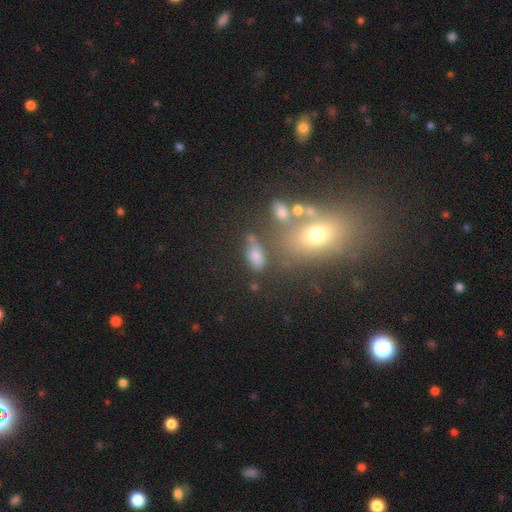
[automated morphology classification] Overall: smooth (64%). How rounded: in between (80%). Merging: none (58%).